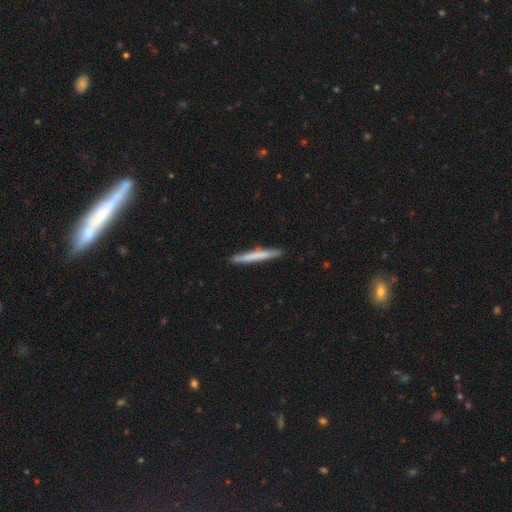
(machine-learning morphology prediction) Smooth or featured?
  - smooth: 65% *
  - featured or disk: 30%
  - star or artifact: 5%
How rounded?
  - cigar-shaped: 97% *
  - in between: 2%
  - round: 1%
Merging?
  - none: 89% *
  - minor disturbance: 8%
  - major disturbance: 1%
  - merger: 1%